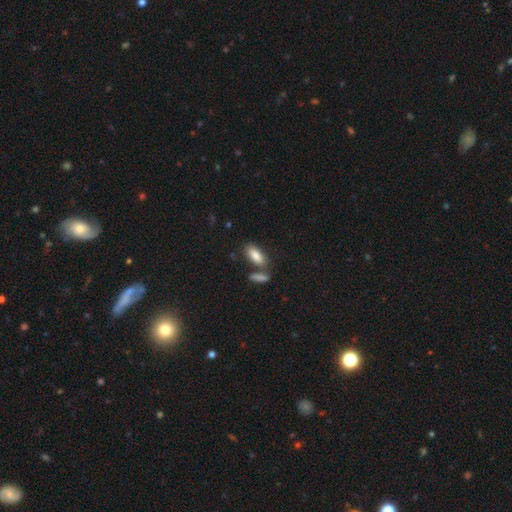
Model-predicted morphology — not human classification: Smooth or featured: smooth — 84% (featured or disk — 10%)
How rounded: in between — 81% (cigar-shaped — 16%)
Merging: none — 62% (merger — 23%)